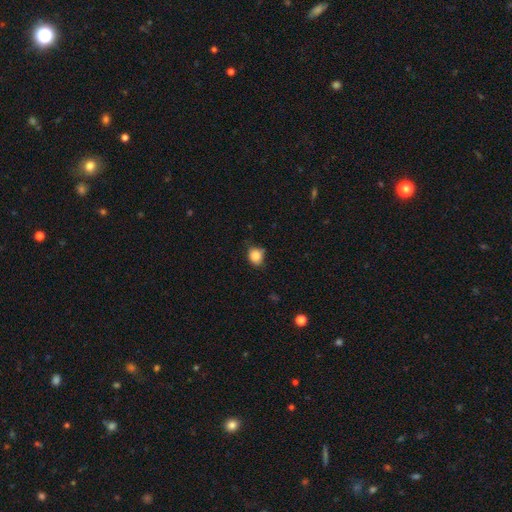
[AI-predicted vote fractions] Smooth or featured: smooth — 86% (star or artifact — 9%)
How rounded: round — 64% (in between — 35%)
Merging: none — 67% (minor disturbance — 27%)